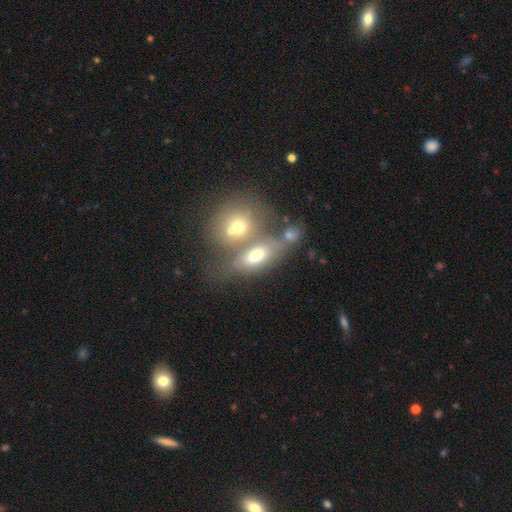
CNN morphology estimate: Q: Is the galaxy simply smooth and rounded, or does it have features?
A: smooth — 62%.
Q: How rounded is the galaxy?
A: in between — 74%.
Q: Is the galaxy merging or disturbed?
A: merger — 52%.